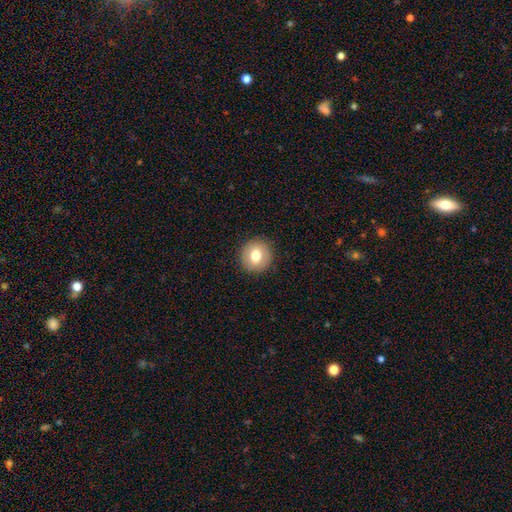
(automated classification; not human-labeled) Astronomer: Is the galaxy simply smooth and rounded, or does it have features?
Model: smooth — 74%.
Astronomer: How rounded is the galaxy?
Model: round — 92%.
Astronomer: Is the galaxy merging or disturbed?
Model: none — 91%.